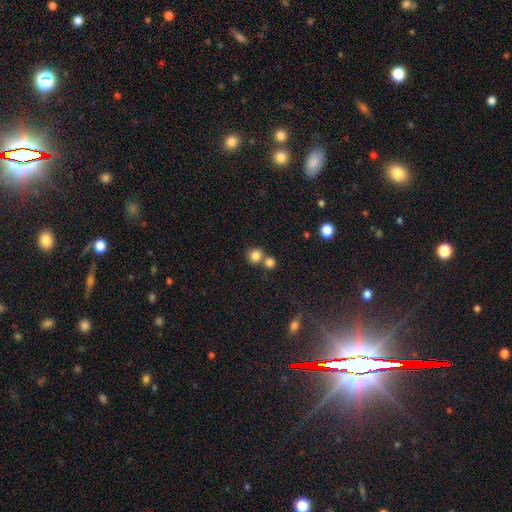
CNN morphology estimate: This appears to be a smooth galaxy with no disk features (83%) that is round (86%). Merging: none (55%).